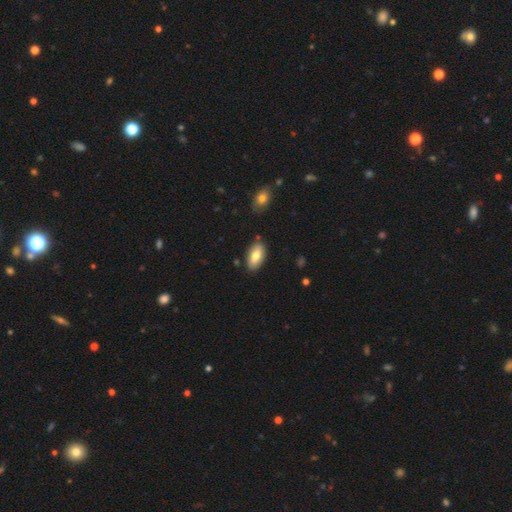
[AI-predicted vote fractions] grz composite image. It shows a smooth galaxy with no disk features (77%) that is in between round and cigar-shaped (93%). Merging: none (84%).